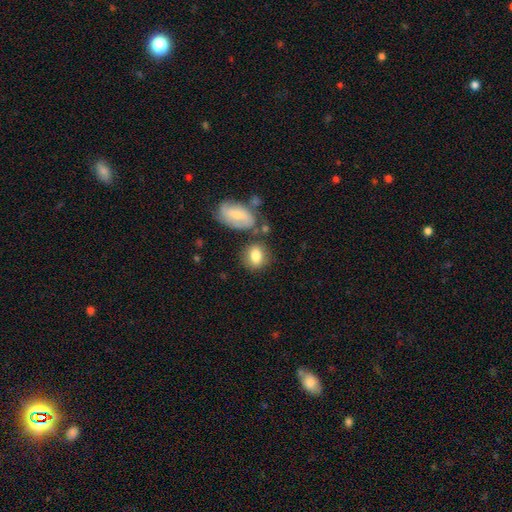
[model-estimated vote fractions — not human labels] Morphology: type=smooth (79%); roundness=in between (54%); merging=none (67%).